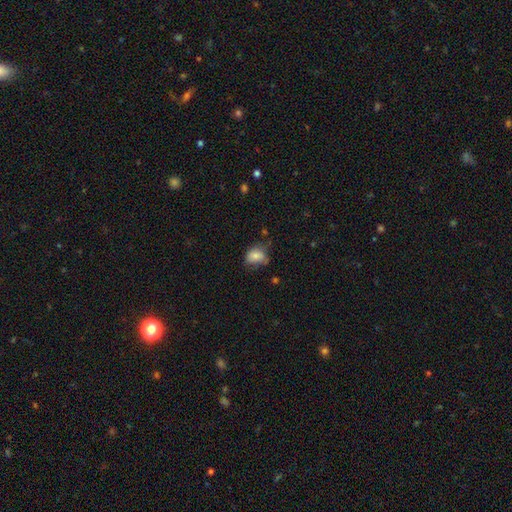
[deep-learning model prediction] The model was most divided on "merging": none: 50%, minor disturbance: 33%, major disturbance: 12%, merger: 5%. More confident: smooth or featured — smooth (77%); how rounded — in between (61%).